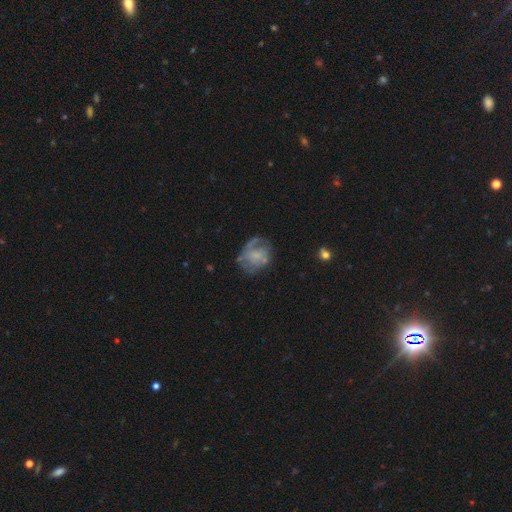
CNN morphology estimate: Q: Smooth or featured?
A: featured or disk (53%); runner-up: smooth (38%)
Q: Edge-on disk?
A: no (98%); runner-up: yes (2%)
Q: Bar?
A: no (81%); runner-up: weak (16%)
Q: Spiral arms?
A: no (59%); runner-up: yes (41%)
Q: Bulge size?
A: none (45%); runner-up: small (26%)
Q: Merging?
A: none (51%); runner-up: minor disturbance (24%)